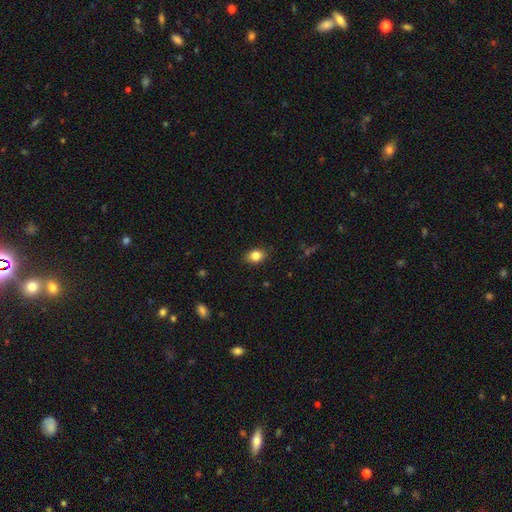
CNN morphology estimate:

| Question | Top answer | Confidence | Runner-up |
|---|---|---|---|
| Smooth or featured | smooth | 84% | star or artifact (9%) |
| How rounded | in between | 66% | round (33%) |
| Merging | none | 87% | minor disturbance (10%) |